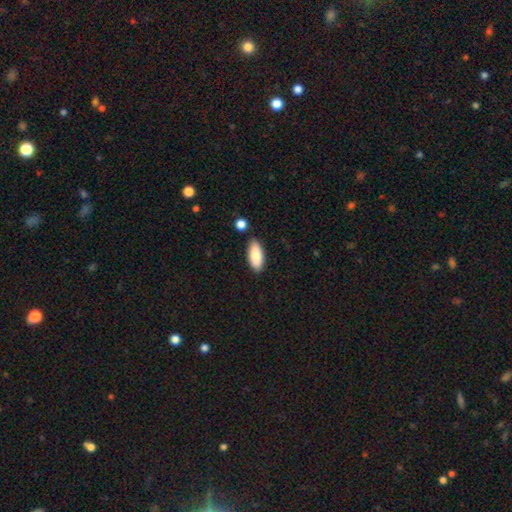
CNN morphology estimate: Q: Smooth or featured?
A: smooth (87%); runner-up: featured or disk (7%)
Q: How rounded?
A: in between (84%); runner-up: cigar-shaped (14%)
Q: Merging?
A: none (84%); runner-up: minor disturbance (10%)